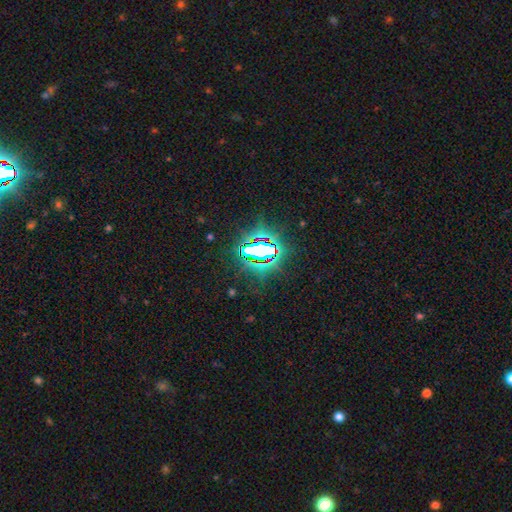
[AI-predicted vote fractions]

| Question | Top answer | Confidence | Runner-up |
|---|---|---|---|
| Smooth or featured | star or artifact | 72% | smooth (16%) |